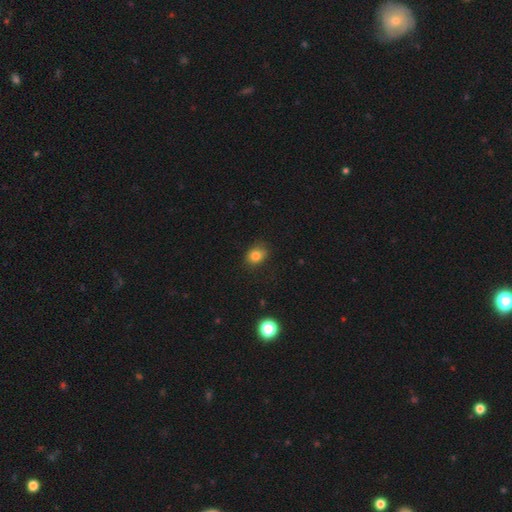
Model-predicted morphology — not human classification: Smooth or featured: smooth — 81% (star or artifact — 12%)
How rounded: in between — 53% (round — 46%)
Merging: none — 80% (minor disturbance — 16%)